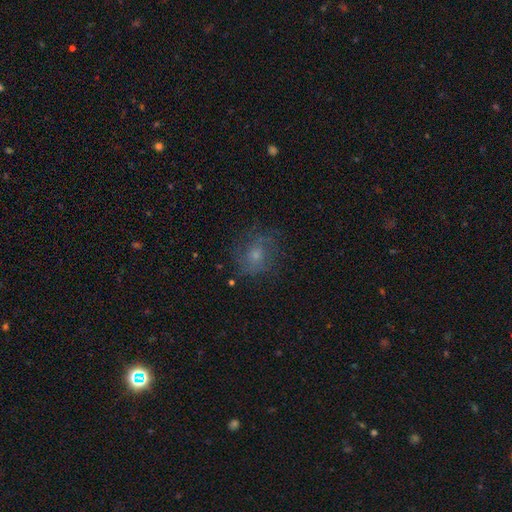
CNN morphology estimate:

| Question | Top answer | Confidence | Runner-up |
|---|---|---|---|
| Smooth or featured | featured or disk | 46% | smooth (39%) |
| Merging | none | 68% | minor disturbance (18%) |